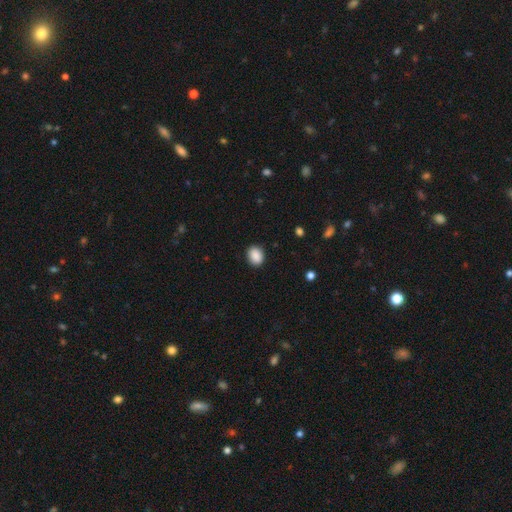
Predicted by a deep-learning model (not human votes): Smooth or featured? smooth (89%)
How rounded? in between (51%)
Merging? none (89%)